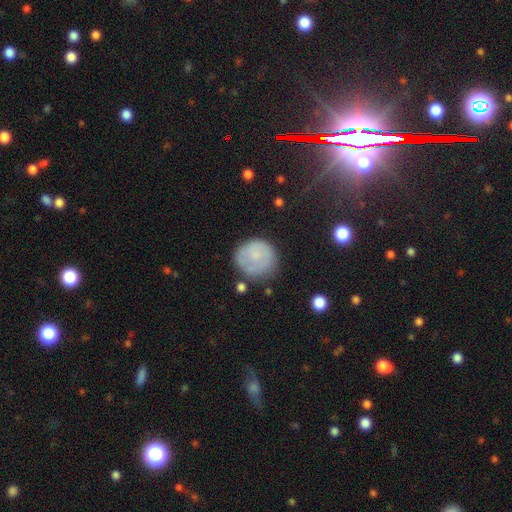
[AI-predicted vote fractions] Morphology: type=smooth (67%); roundness=round (88%); merging=none (68%).